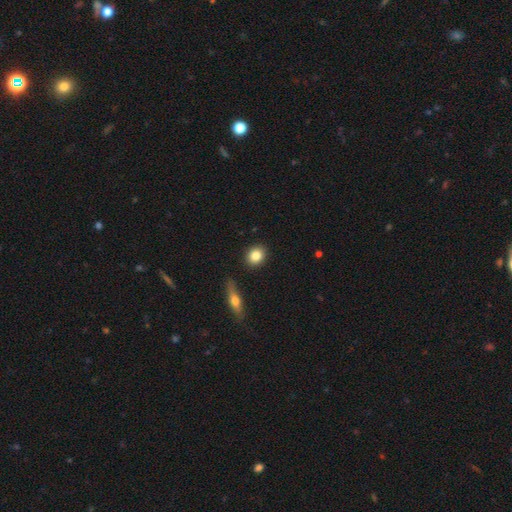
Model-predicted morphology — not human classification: smooth-or-featured: smooth: 83% | featured or disk: 10% | star or artifact: 8%
  how-rounded: round: 69% | in between: 29% | cigar-shaped: 2%
  merging: none: 89% | minor disturbance: 7% | merger: 2% | major disturbance: 2%